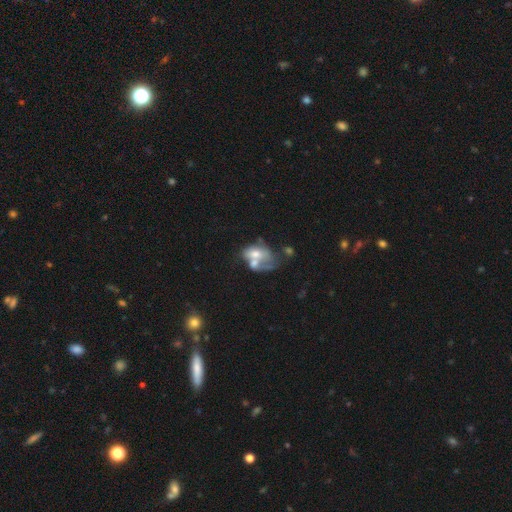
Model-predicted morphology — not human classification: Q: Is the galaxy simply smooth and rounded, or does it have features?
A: smooth — 46%.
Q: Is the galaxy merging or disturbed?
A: merger — 55%.